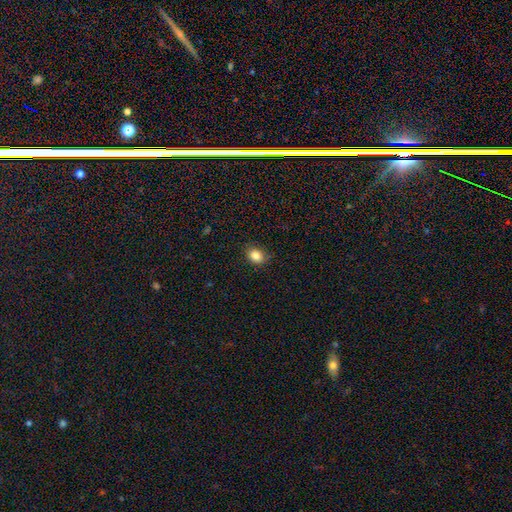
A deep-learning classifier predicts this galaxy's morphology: This appears to be a smooth galaxy with no disk features (85%) that is in between round and cigar-shaped (53%). Merging: none (81%).